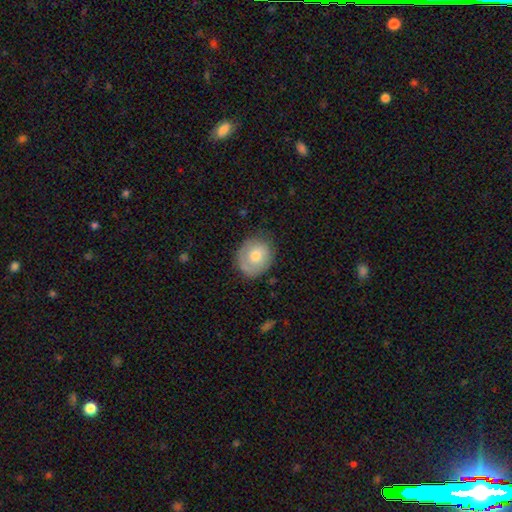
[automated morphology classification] type=smooth (60%); roundness=round (69%); merging=none (73%).